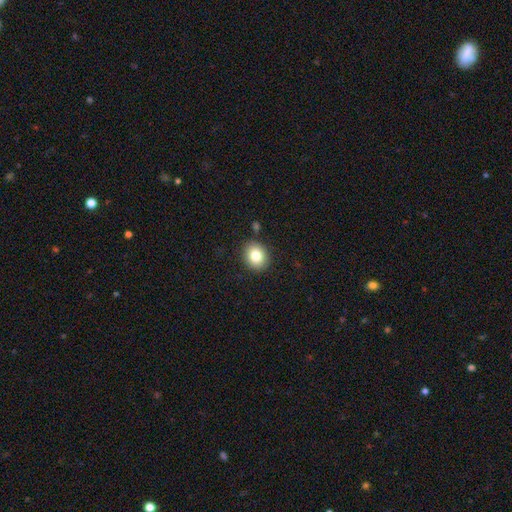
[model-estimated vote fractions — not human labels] This appears to be a smooth galaxy with no disk features (81%) that is round (69%). Merging: none (87%).